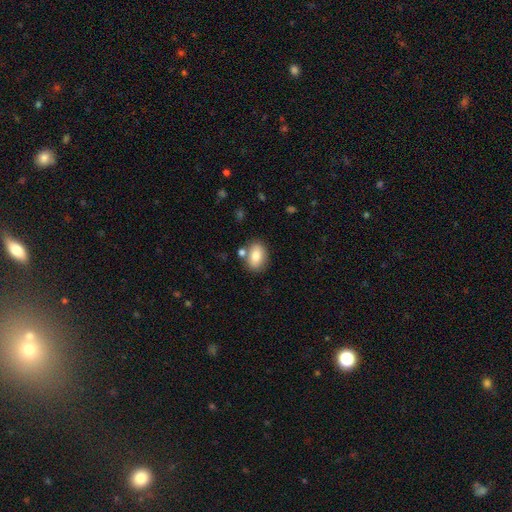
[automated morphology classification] Overall: smooth (80%). How rounded: in between (79%). Merging: none (74%).